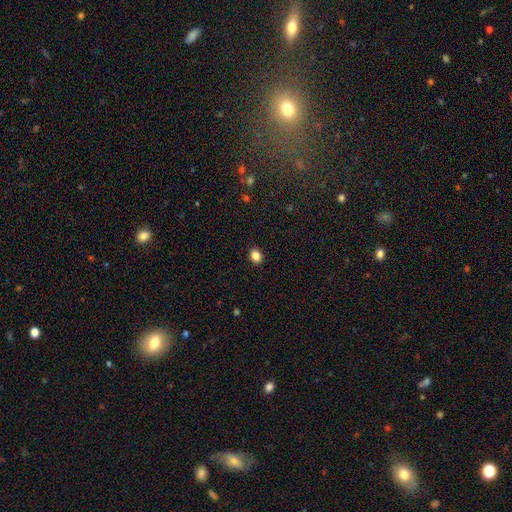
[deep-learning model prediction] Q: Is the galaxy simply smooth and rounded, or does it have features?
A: smooth — 85%.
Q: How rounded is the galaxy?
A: in between — 55%.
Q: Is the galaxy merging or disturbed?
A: none — 90%.